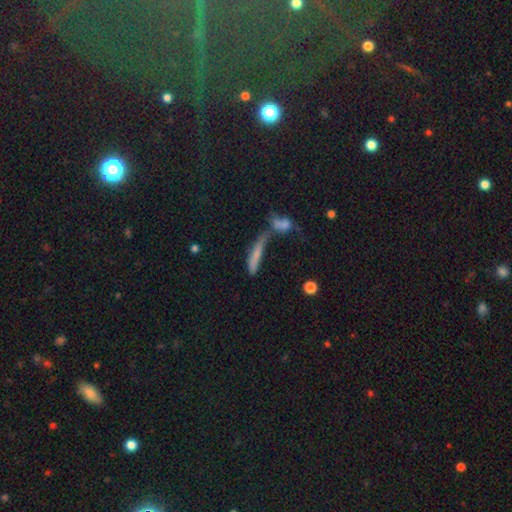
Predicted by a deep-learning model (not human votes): Overall: smooth (60%; featured or disk 27%). How rounded: cigar-shaped (81%). Merging: merger (47%; none 28%).